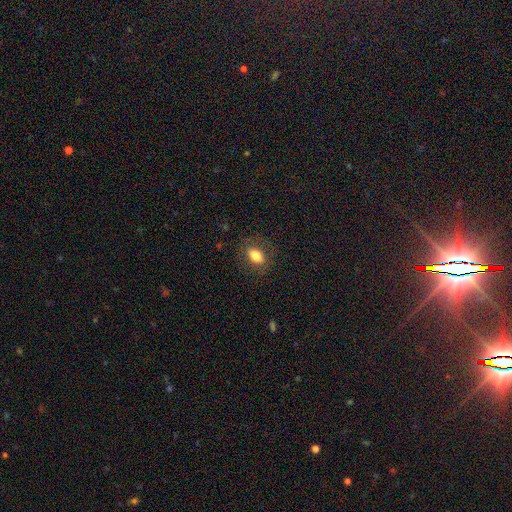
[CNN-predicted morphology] smooth_or_featured: smooth (p=0.79) [alt: featured or disk p=0.12]
how_rounded: in between (p=0.82) [alt: round p=0.16]
merging: none (p=0.81) [alt: minor disturbance p=0.13]